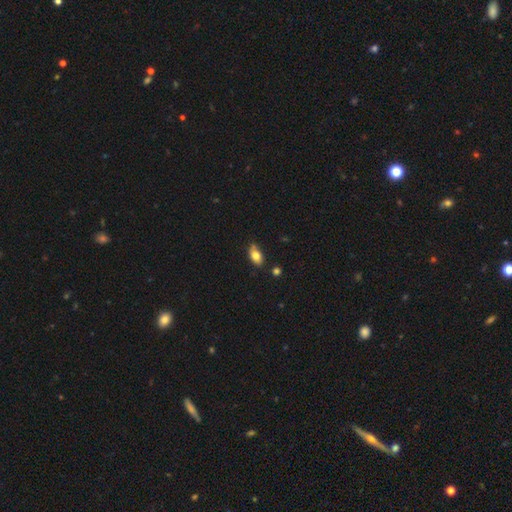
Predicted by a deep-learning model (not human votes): Q: Smooth or featured?
A: smooth (79%); runner-up: featured or disk (13%)
Q: How rounded?
A: in between (89%); runner-up: round (6%)
Q: Merging?
A: none (74%); runner-up: minor disturbance (19%)